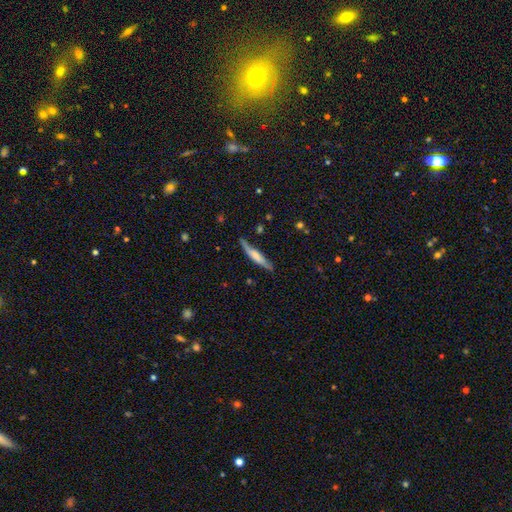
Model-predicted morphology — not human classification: Smooth or featured?
  - smooth: 51% *
  - featured or disk: 43%
  - star or artifact: 6%
How rounded?
  - cigar-shaped: 90% *
  - in between: 8%
  - round: 1%
Merging?
  - none: 78% *
  - minor disturbance: 17%
  - major disturbance: 3%
  - merger: 2%